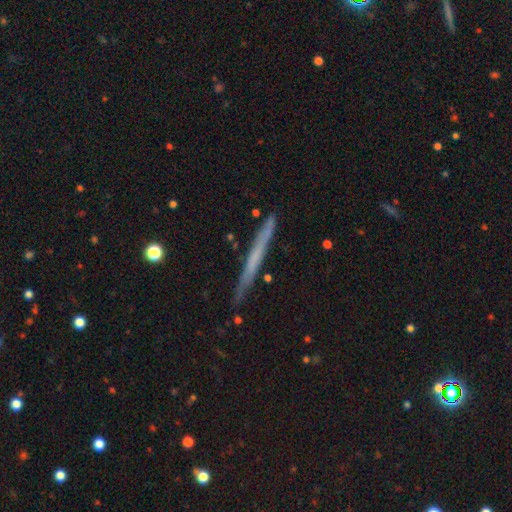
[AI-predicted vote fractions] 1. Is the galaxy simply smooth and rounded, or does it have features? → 49% featured or disk, 44% smooth, 7% star or artifact.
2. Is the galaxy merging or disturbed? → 87% none, 10% minor disturbance, 2% major disturbance, 1% merger.